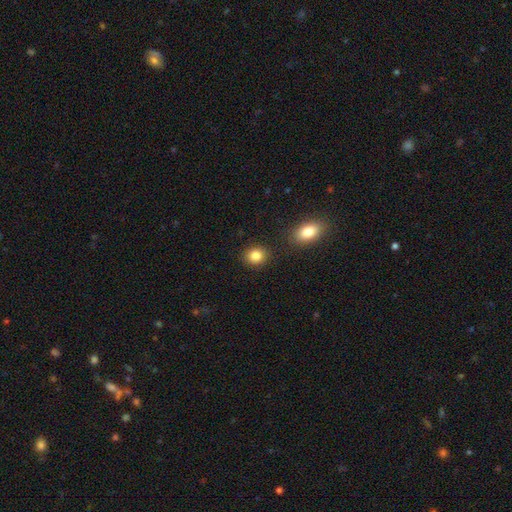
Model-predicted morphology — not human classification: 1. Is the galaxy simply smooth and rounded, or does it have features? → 85% smooth, 10% star or artifact, 5% featured or disk.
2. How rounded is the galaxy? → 73% round, 26% in between, 1% cigar-shaped.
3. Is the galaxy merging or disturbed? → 86% none, 7% minor disturbance, 4% merger, 2% major disturbance.